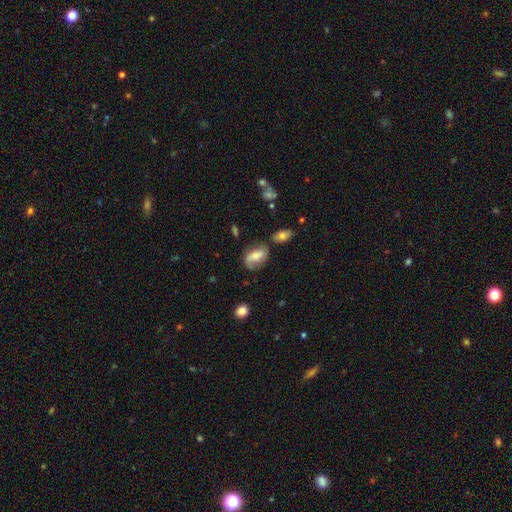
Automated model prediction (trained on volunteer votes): smooth-or-featured: featured or disk: 50% | smooth: 42% | star or artifact: 8%
  merging: none: 61% | minor disturbance: 22% | major disturbance: 9% | merger: 8%